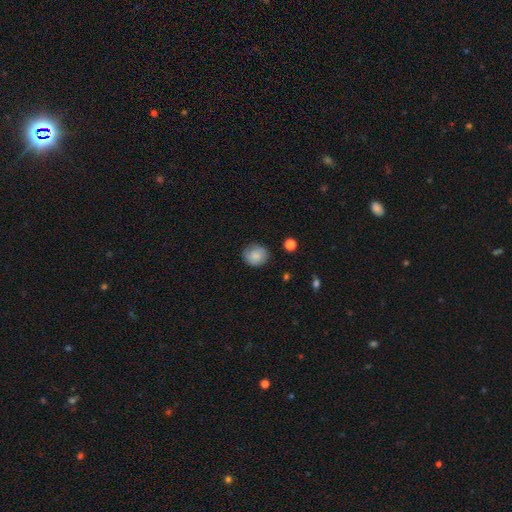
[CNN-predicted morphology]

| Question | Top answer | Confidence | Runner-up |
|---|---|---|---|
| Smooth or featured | smooth | 81% | featured or disk (11%) |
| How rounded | round | 82% | in between (17%) |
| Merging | none | 80% | minor disturbance (16%) |